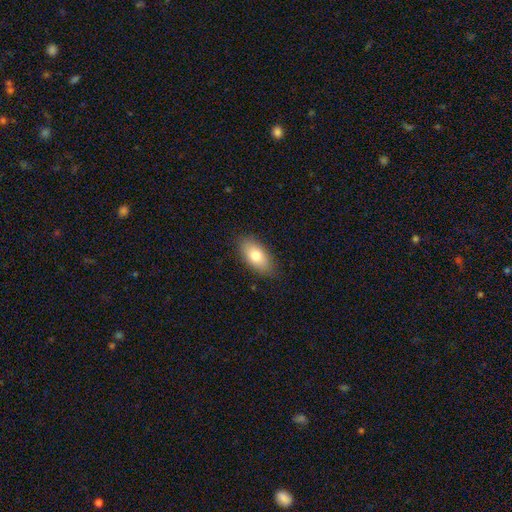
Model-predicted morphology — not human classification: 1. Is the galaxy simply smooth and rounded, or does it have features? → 78% smooth, 15% featured or disk, 7% star or artifact.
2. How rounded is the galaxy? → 91% in between, 5% cigar-shaped, 4% round.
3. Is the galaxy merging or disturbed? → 85% none, 12% minor disturbance, 3% major disturbance, 1% merger.